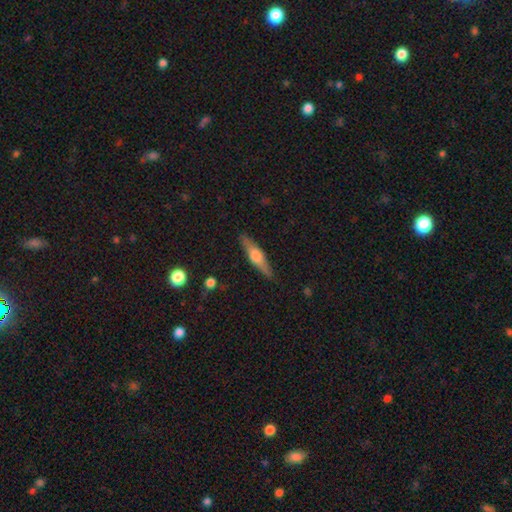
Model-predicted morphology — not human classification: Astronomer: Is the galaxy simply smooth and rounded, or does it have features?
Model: featured or disk — 57% (runner-up: smooth, 37%).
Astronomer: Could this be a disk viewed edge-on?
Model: yes — 95%.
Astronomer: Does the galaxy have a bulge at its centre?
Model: rounded — 89%.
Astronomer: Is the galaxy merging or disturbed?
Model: none — 87%.